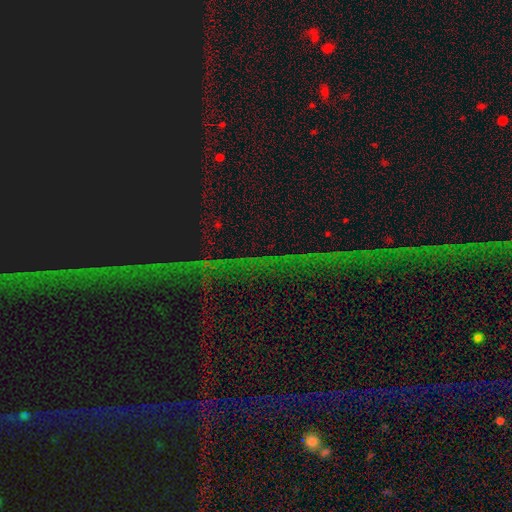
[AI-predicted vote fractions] The model was most divided on "smooth or featured": star or artifact: 81%, featured or disk: 10%, smooth: 8%.